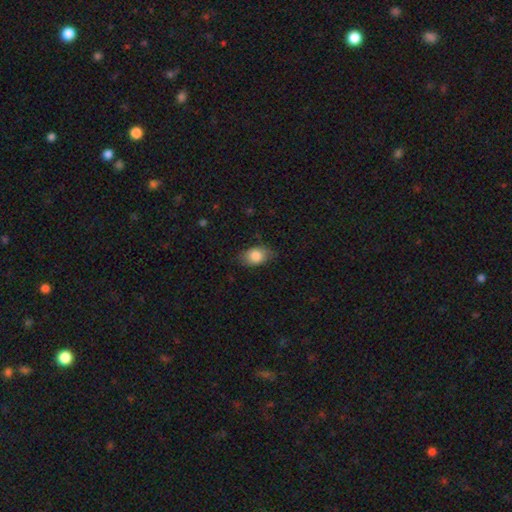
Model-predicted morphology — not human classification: Smooth or featured? Predicted: smooth (p=0.83). How rounded? Predicted: in between (p=0.84). Merging? Predicted: none (p=0.76).